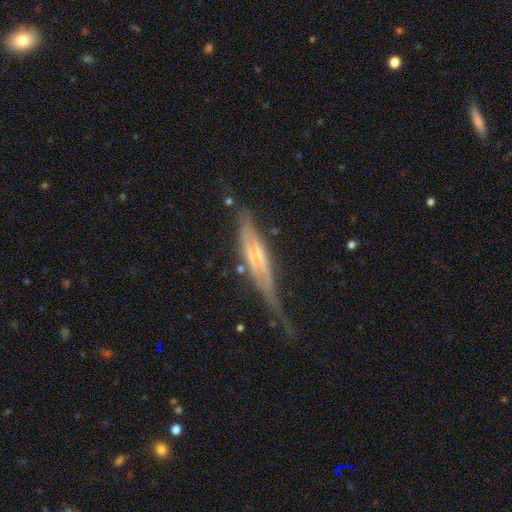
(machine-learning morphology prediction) Q: Smooth or featured?
A: featured or disk (74%); runner-up: smooth (18%)
Q: Edge-on disk?
A: yes (92%); runner-up: no (8%)
Q: Edge-on bulge?
A: none (37%); runner-up: rounded (32%)
Q: Merging?
A: none (56%); runner-up: minor disturbance (27%)